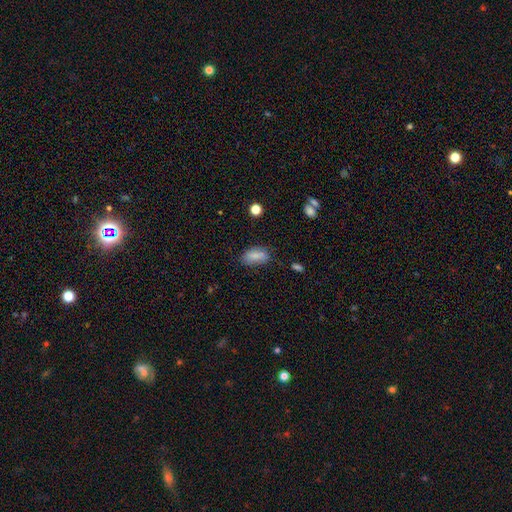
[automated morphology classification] type=smooth (76%); roundness=in between (89%); merging=none (71%).